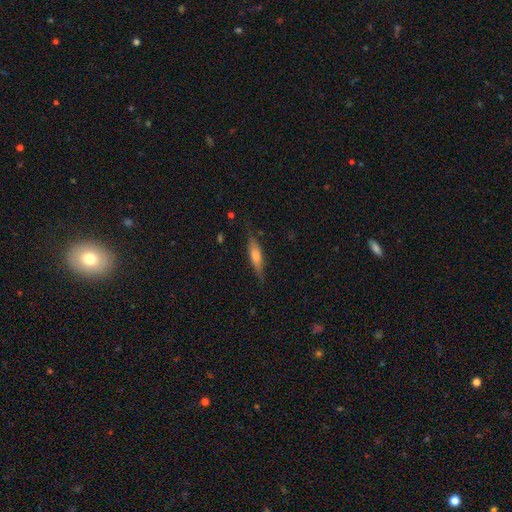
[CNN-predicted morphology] Smooth or featured?
  - smooth: 58% *
  - featured or disk: 35%
  - star or artifact: 6%
How rounded?
  - cigar-shaped: 68% *
  - in between: 30%
  - round: 2%
Merging?
  - none: 77% *
  - minor disturbance: 17%
  - major disturbance: 4%
  - merger: 1%